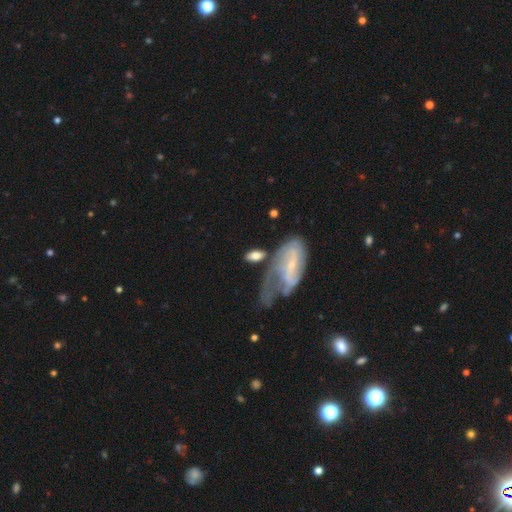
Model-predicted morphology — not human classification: The model was most divided on "smooth or featured": smooth: 56%, featured or disk: 37%, star or artifact: 6%. More confident: how rounded — in between (85%); merging — none (51%).